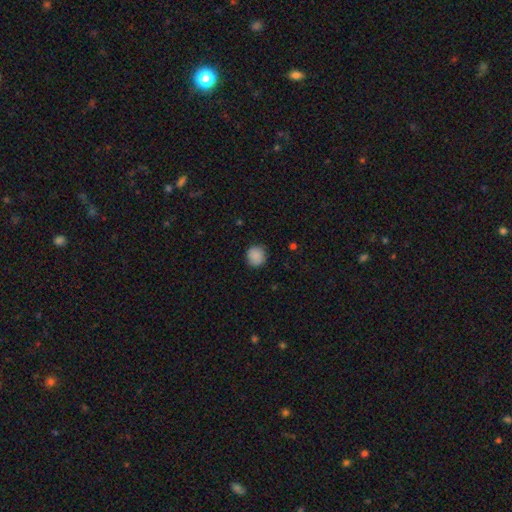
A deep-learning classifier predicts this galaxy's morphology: Smooth or featured: smooth — 88% (star or artifact — 8%)
How rounded: round — 89% (in between — 10%)
Merging: none — 85% (minor disturbance — 11%)